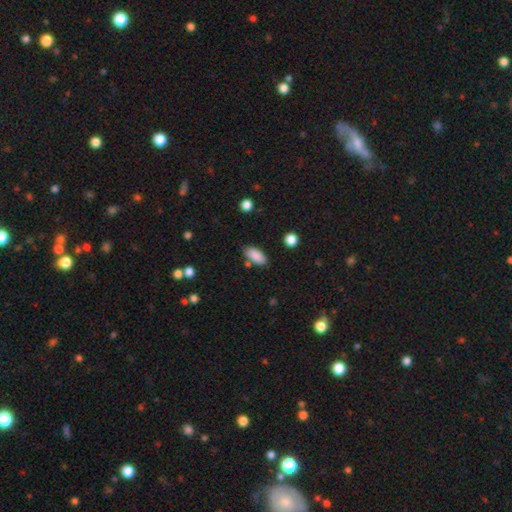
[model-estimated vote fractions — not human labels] Overall: smooth (88%). How rounded: in between (87%). Merging: none (79%).